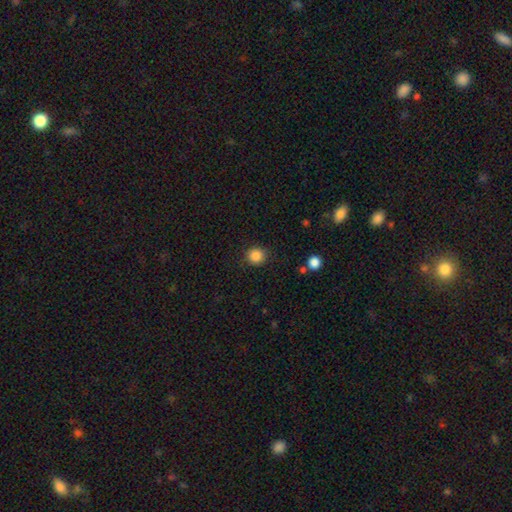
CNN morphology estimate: Smooth or featured: smooth — 86% (star or artifact — 10%)
How rounded: round — 92% (in between — 7%)
Merging: none — 88% (minor disturbance — 8%)